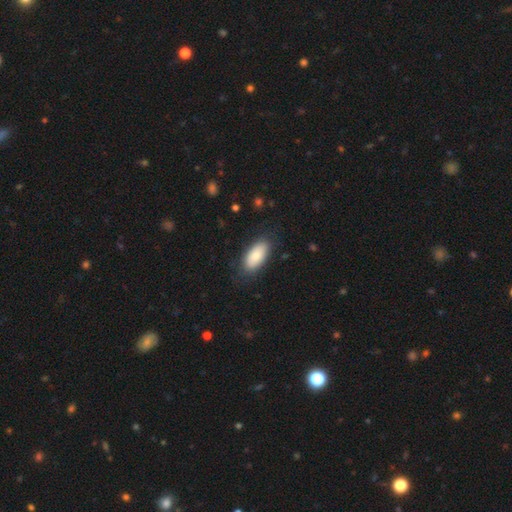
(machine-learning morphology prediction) Smooth or featured? Predicted: smooth (p=0.83). How rounded? Predicted: in between (p=0.91). Merging? Predicted: none (p=0.81).